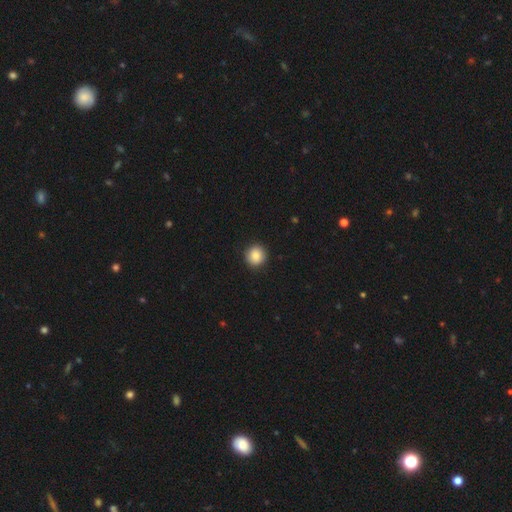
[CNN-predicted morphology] This is clearly a smooth galaxy (87%). How rounded: clearly round (93%). Merging: clearly none (92%).